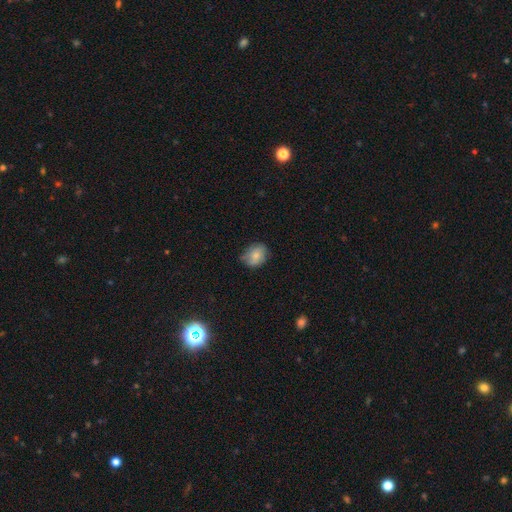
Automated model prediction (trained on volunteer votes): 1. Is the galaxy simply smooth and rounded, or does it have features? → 76% smooth, 16% featured or disk, 8% star or artifact.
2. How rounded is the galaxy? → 50% in between, 49% round, 1% cigar-shaped.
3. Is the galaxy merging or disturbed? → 66% none, 27% minor disturbance, 6% major disturbance, 1% merger.